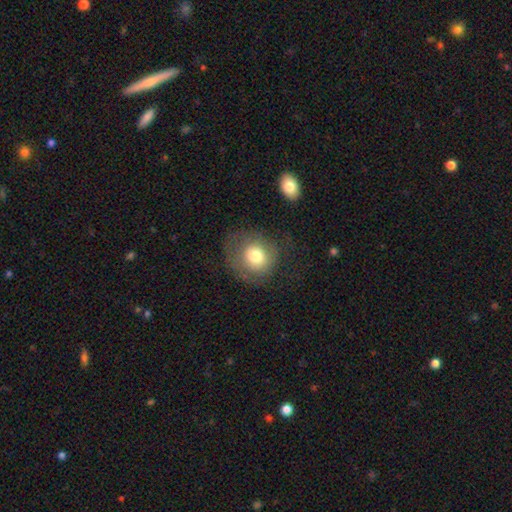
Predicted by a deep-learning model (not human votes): Smooth or featured: smooth — 72% (featured or disk — 19%)
How rounded: round — 82% (in between — 17%)
Merging: none — 59% (minor disturbance — 20%)